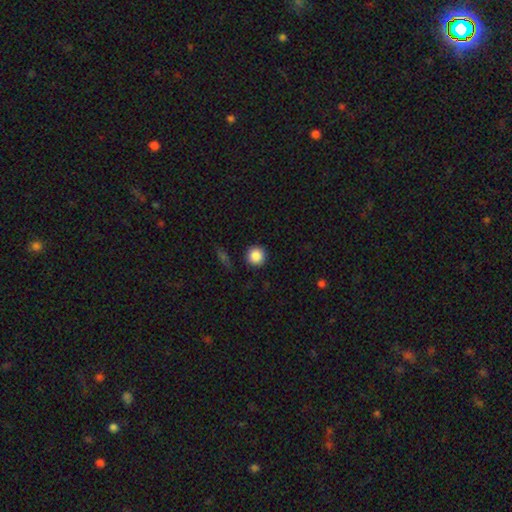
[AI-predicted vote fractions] A smooth galaxy with no disk features (86%) that is round (95%). Merging: none (90%).